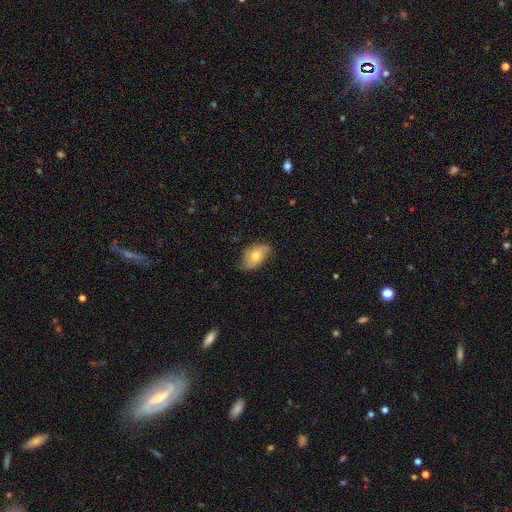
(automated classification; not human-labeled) The model was most divided on "smooth or featured": smooth: 52%, featured or disk: 41%, star or artifact: 8%. More confident: how rounded — in between (84%); merging — none (57%).